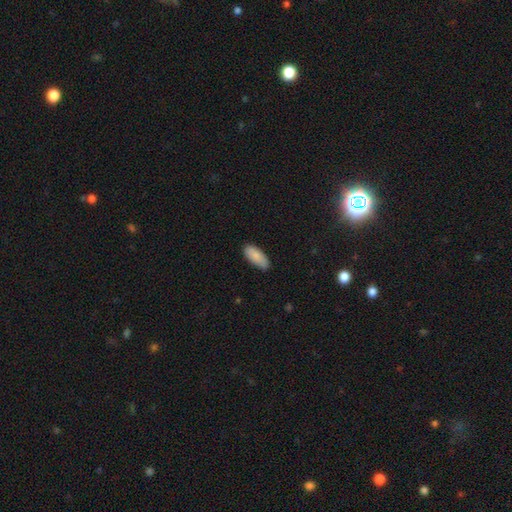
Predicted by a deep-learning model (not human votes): A smooth galaxy with no disk features (88%) that is in between round and cigar-shaped (85%). Merging: none (82%).